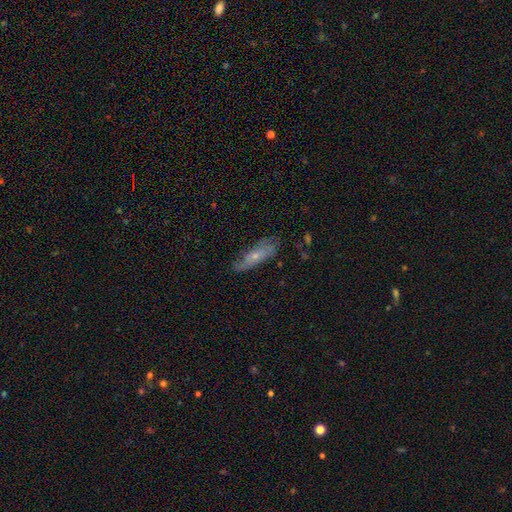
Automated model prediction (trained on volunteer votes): smooth-or-featured: featured or disk: 58% | smooth: 35% | star or artifact: 7%
  disk-edge-on: no: 74% | yes: 26%
  merging: none: 67% | minor disturbance: 24% | major disturbance: 7% | merger: 2%